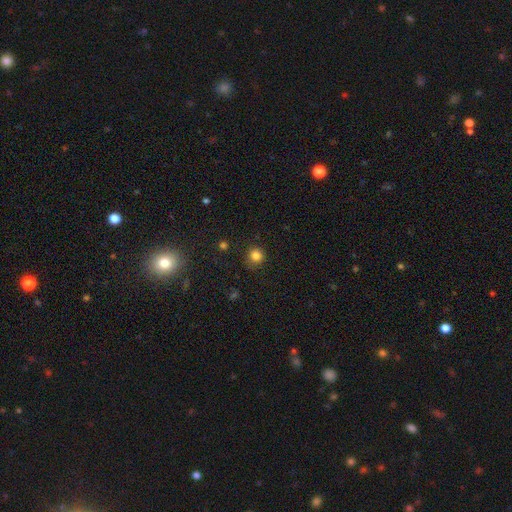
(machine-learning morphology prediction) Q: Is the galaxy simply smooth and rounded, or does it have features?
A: smooth — 82%.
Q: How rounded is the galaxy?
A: round — 92%.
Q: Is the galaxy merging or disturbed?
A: none — 85%.